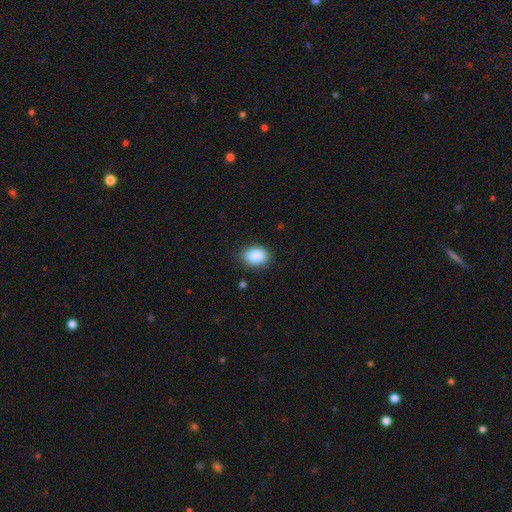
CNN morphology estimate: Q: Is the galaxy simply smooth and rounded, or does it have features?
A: smooth — 87%.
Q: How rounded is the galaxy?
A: in between — 75%.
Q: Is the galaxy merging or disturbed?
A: none — 86%.